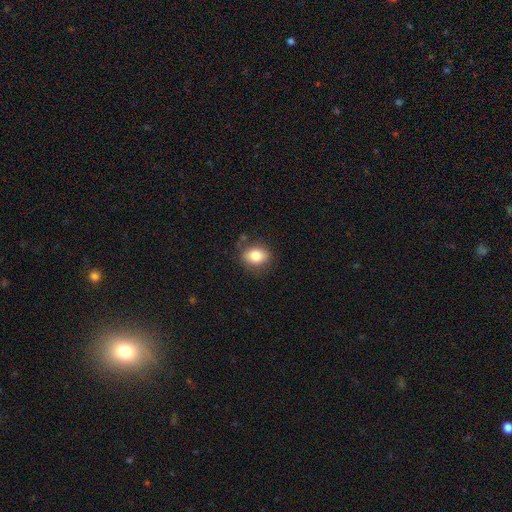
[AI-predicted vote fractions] smooth 82%, featured or disk 9%, star or artifact 9%. Down the decision tree: how rounded — in between (64%); merging — none (78%).